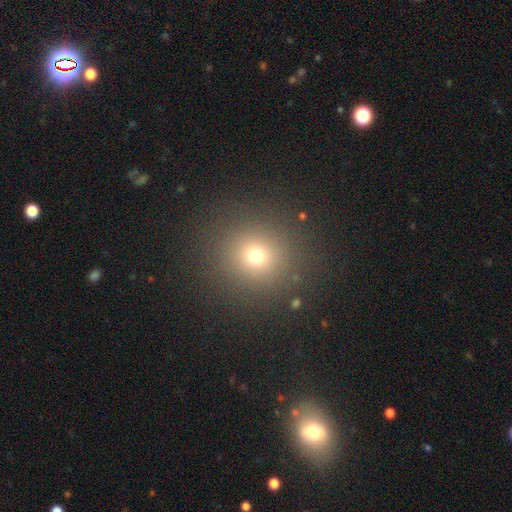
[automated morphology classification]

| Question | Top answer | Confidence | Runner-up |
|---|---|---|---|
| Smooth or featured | smooth | 70% | star or artifact (21%) |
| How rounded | round | 91% | in between (8%) |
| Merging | none | 88% | minor disturbance (6%) |